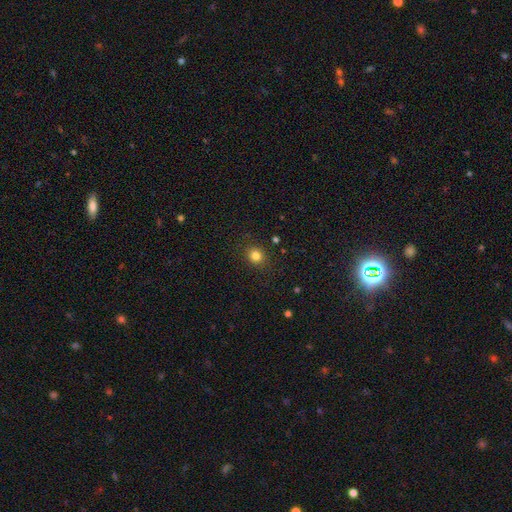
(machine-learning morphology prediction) Smooth or featured: smooth — 82% (star or artifact — 13%)
How rounded: round — 79% (in between — 20%)
Merging: none — 87% (minor disturbance — 9%)